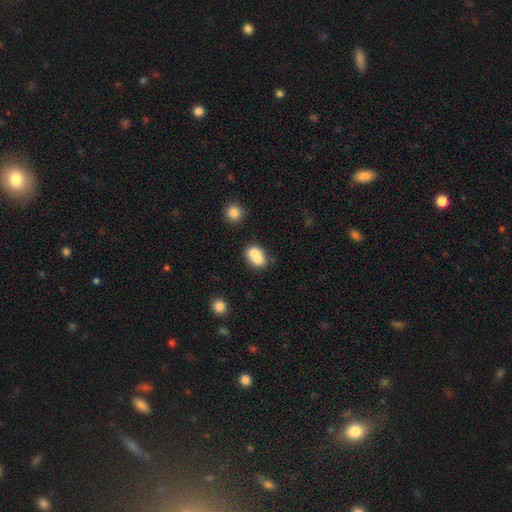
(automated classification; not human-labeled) A smooth galaxy with no disk features (71%) that is in between round and cigar-shaped (55%).

Vote fractions:
- Smooth or featured? smooth: 71% / featured or disk: 20% / star or artifact: 9%
- How rounded? in between: 55% / round: 44% / cigar-shaped: 1%
- Merging? merger: 60% / none: 27% / minor disturbance: 9% / major disturbance: 4%